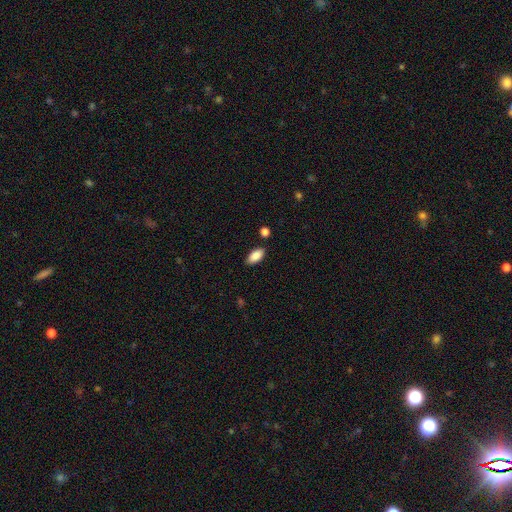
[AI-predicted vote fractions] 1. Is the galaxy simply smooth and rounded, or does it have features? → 88% smooth, 7% star or artifact, 5% featured or disk.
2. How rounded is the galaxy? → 92% in between, 6% cigar-shaped, 2% round.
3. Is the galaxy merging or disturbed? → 85% none, 10% minor disturbance, 3% merger, 2% major disturbance.